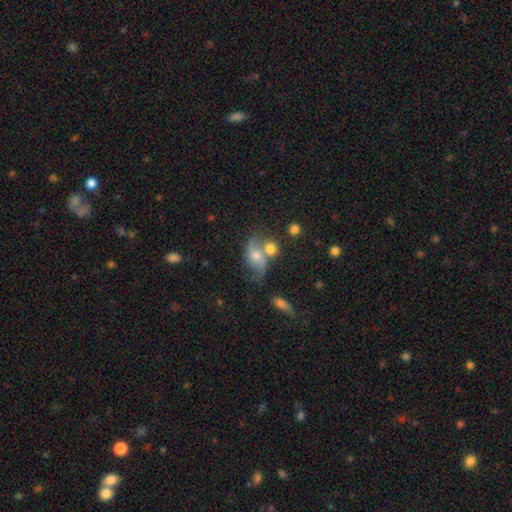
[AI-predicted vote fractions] Q: Smooth or featured?
A: featured or disk (58%); runner-up: smooth (31%)
Q: Edge-on disk?
A: no (95%); runner-up: yes (5%)
Q: Bar?
A: no (60%); runner-up: weak (33%)
Q: Spiral arms?
A: yes (84%); runner-up: no (16%)
Q: Bulge size?
A: moderate (56%); runner-up: small (24%)
Q: Merging?
A: merger (38%); runner-up: none (36%)